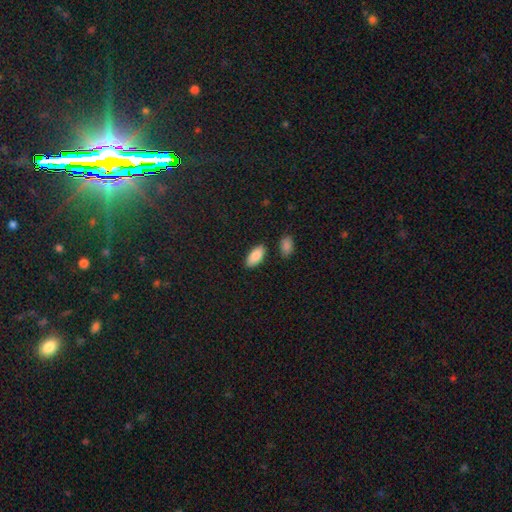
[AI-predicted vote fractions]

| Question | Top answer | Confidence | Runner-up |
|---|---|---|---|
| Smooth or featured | smooth | 88% | star or artifact (7%) |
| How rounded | in between | 91% | cigar-shaped (7%) |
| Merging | none | 83% | minor disturbance (11%) |